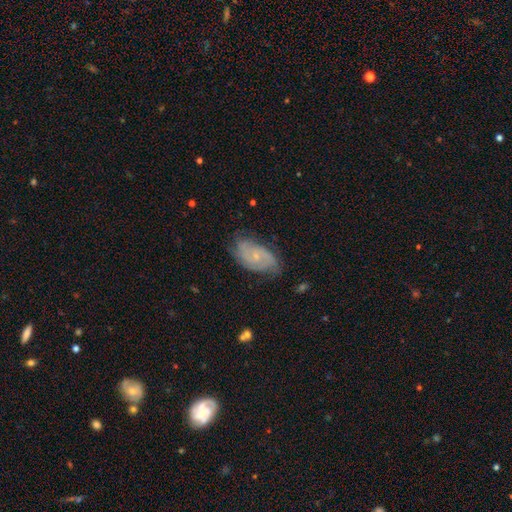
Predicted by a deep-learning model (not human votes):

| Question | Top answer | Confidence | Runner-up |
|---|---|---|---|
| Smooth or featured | featured or disk | 75% | smooth (18%) |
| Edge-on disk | no | 96% | yes (4%) |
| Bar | no | 71% | weak (25%) |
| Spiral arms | yes | 92% | no (8%) |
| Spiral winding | tight | 49% | medium (38%) |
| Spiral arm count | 2 | 54% | can't tell (23%) |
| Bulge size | small | 75% | moderate (20%) |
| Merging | none | 68% | minor disturbance (24%) |